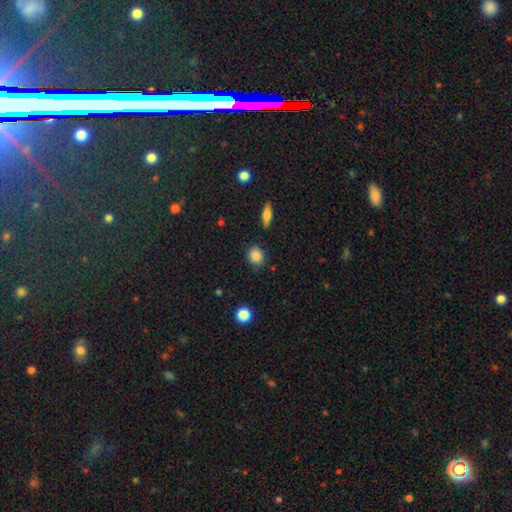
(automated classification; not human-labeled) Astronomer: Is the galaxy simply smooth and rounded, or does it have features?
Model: smooth — 85%.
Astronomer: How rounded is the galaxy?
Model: round — 71%.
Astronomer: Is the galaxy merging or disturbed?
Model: none — 82%.